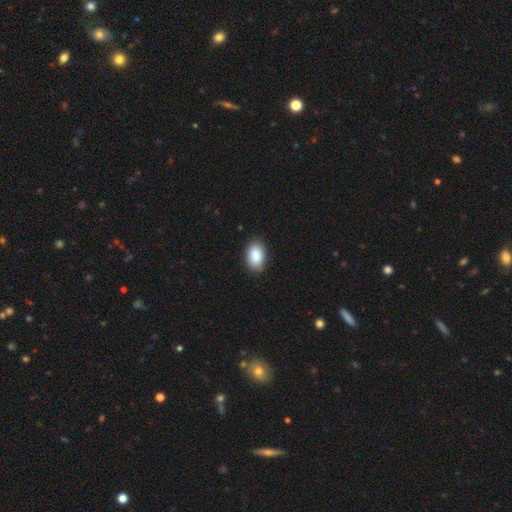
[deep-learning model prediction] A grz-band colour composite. It shows a smooth galaxy with no disk features (89%) that is in between round and cigar-shaped (90%). Merging: none (87%).